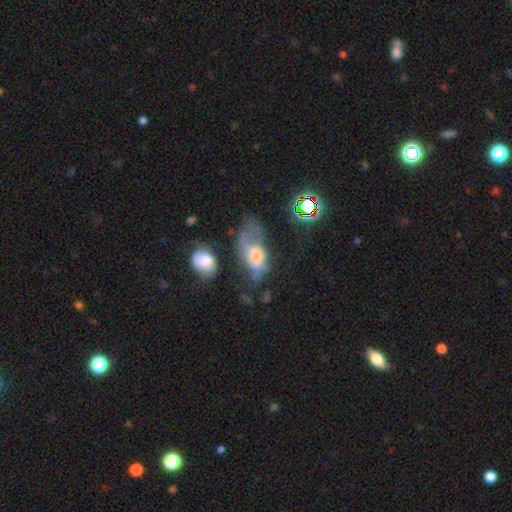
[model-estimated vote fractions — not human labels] smooth_or_featured: featured or disk (p=0.44) [alt: smooth p=0.42]
merging: major disturbance (p=0.47) [alt: none p=0.21]